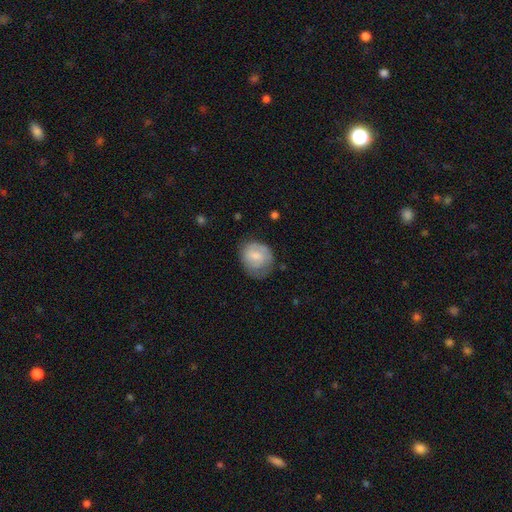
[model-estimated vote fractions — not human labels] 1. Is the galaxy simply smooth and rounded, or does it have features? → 62% smooth, 31% featured or disk, 7% star or artifact.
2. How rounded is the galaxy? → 66% round, 33% in between, 1% cigar-shaped.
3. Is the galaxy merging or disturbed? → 59% none, 28% minor disturbance, 11% major disturbance, 2% merger.